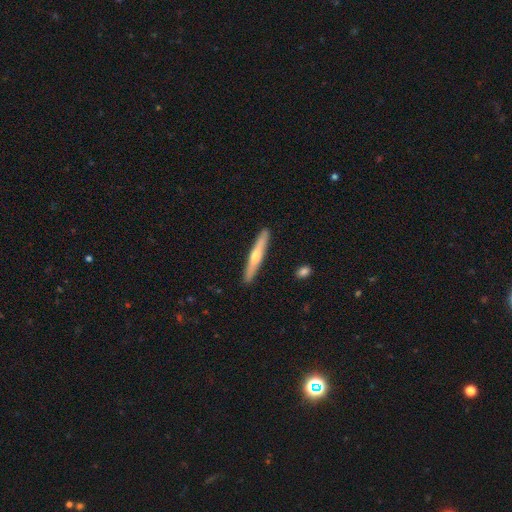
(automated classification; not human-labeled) Overall: featured or disk (51%; smooth 44%). Edge-on disk: yes (95%). Merging: none (91%).